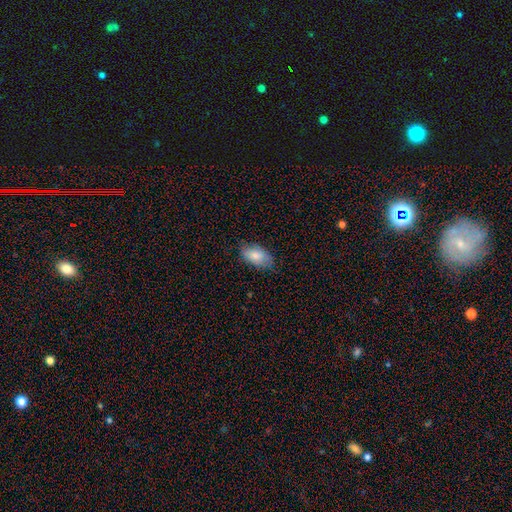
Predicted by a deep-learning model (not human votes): This is likely a smooth galaxy (80%). How rounded: clearly in between (93%). Merging: likely none (75%).